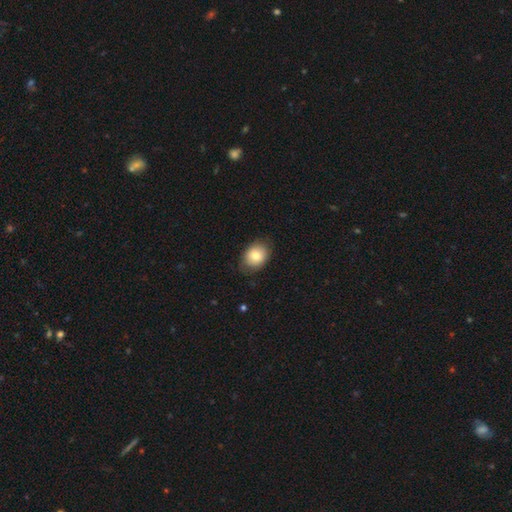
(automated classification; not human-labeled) Smooth or featured: smooth — 80% (featured or disk — 12%)
How rounded: in between — 59% (round — 40%)
Merging: none — 79% (minor disturbance — 17%)